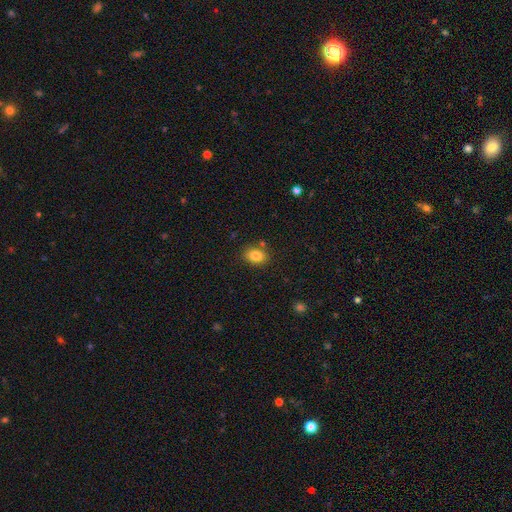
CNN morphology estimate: Smooth or featured: smooth — 83% (star or artifact — 10%)
How rounded: in between — 68% (round — 31%)
Merging: none — 79% (minor disturbance — 12%)